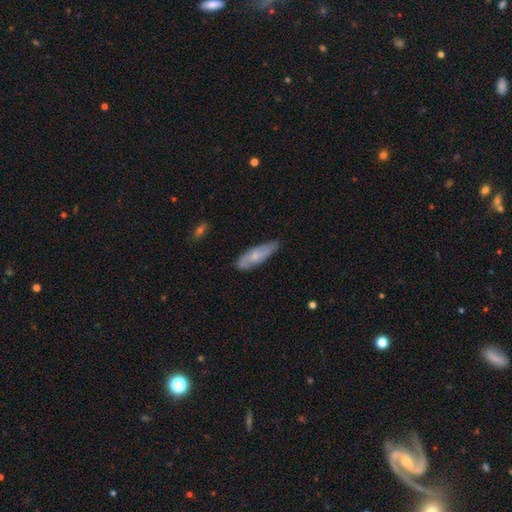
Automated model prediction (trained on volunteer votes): Q: Smooth or featured?
A: smooth (57%); runner-up: featured or disk (37%)
Q: How rounded?
A: in between (53%); runner-up: cigar-shaped (44%)
Q: Merging?
A: none (71%); runner-up: minor disturbance (25%)